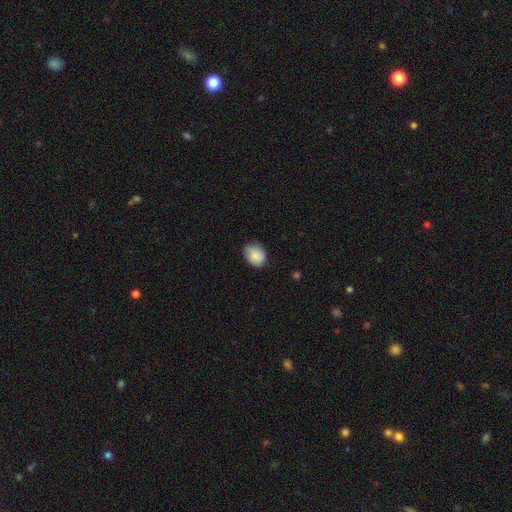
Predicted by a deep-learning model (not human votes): A smooth galaxy with no disk features (87%) that is round (52%).

Vote fractions:
- Smooth or featured? smooth: 87% / star or artifact: 7% / featured or disk: 6%
- How rounded? round: 52% / in between: 47% / cigar-shaped: 1%
- Merging? none: 73% / minor disturbance: 23% / major disturbance: 4% / merger: 1%